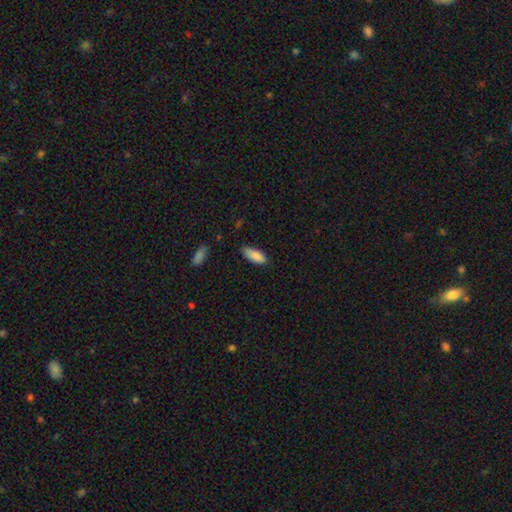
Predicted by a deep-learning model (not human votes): Q: Smooth or featured?
A: smooth (87%); runner-up: star or artifact (7%)
Q: How rounded?
A: in between (80%); runner-up: cigar-shaped (19%)
Q: Merging?
A: none (76%); runner-up: minor disturbance (20%)